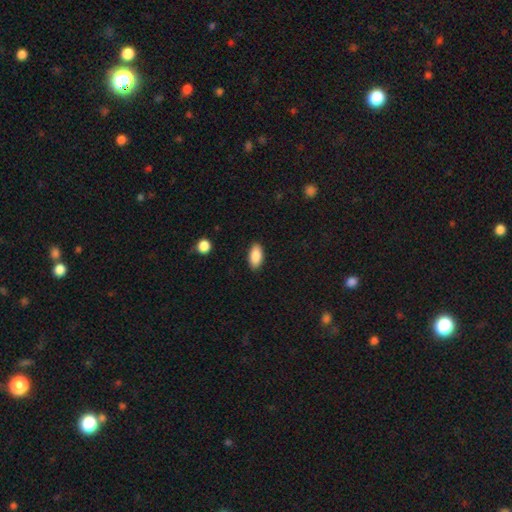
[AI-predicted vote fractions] Smooth or featured? Predicted: smooth (p=0.88). How rounded? Predicted: in between (p=0.91). Merging? Predicted: none (p=0.88).